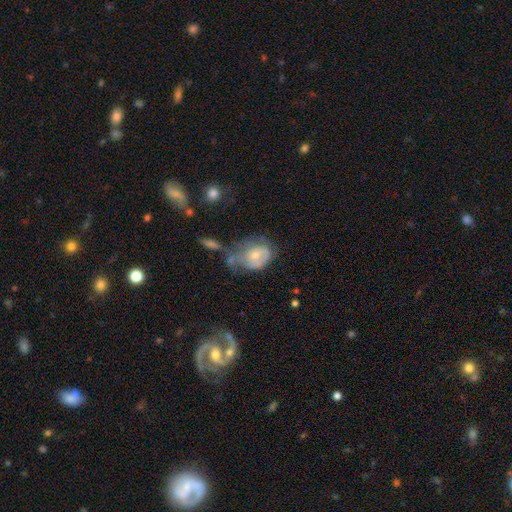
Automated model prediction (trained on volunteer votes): smooth 50%, featured or disk 42%, star or artifact 8%. Down the decision tree: how rounded — in between (67%); merging — major disturbance (28%).